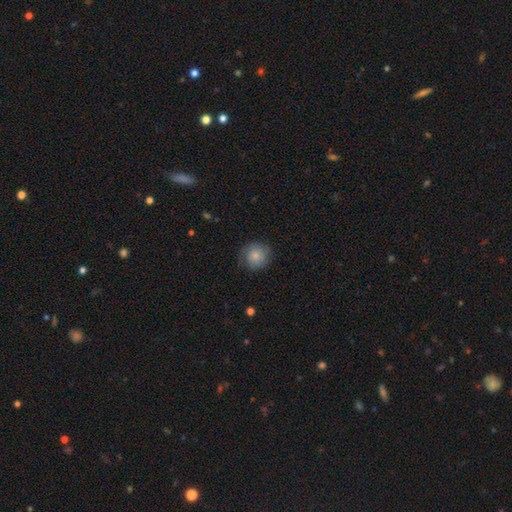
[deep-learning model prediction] Smooth or featured?
  - smooth: 78% *
  - featured or disk: 14%
  - star or artifact: 7%
How rounded?
  - round: 91% *
  - in between: 9%
  - cigar-shaped: 1%
Merging?
  - none: 72% *
  - minor disturbance: 20%
  - major disturbance: 7%
  - merger: 1%